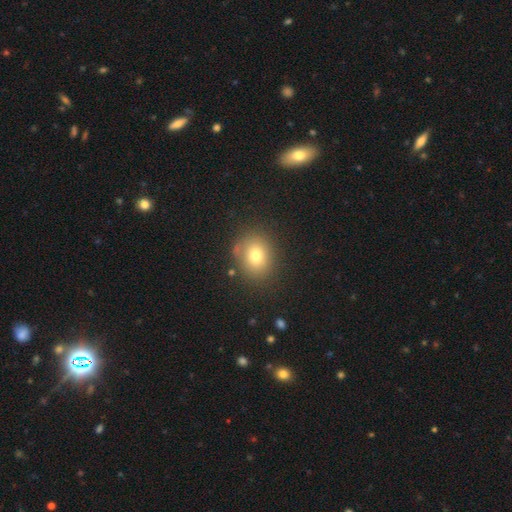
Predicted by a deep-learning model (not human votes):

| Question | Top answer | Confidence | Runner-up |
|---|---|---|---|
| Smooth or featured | smooth | 74% | star or artifact (13%) |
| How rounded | round | 62% | in between (37%) |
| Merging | none | 80% | minor disturbance (13%) |